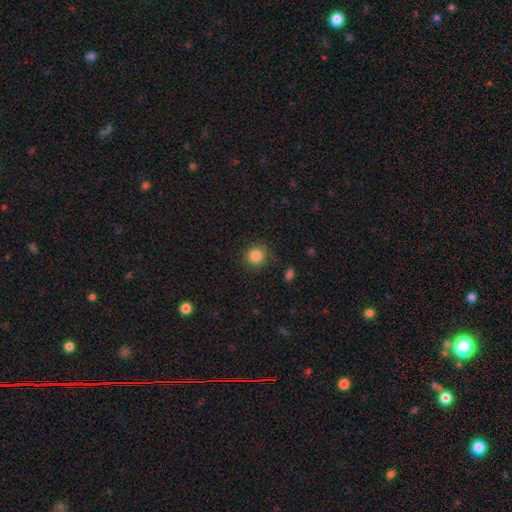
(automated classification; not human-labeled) smooth_or_featured: smooth (p=0.85) [alt: star or artifact p=0.10]
how_rounded: round (p=0.85) [alt: in between p=0.14]
merging: none (p=0.86) [alt: minor disturbance p=0.09]